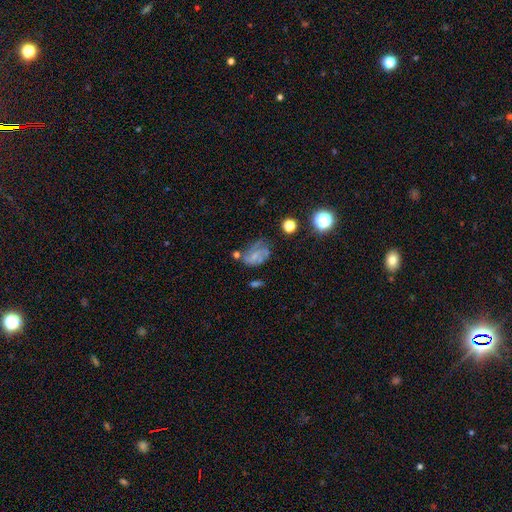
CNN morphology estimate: Smooth or featured?
  - featured or disk: 46% *
  - smooth: 42%
  - star or artifact: 12%
Merging?
  - none: 39% *
  - minor disturbance: 29%
  - major disturbance: 22%
  - merger: 10%